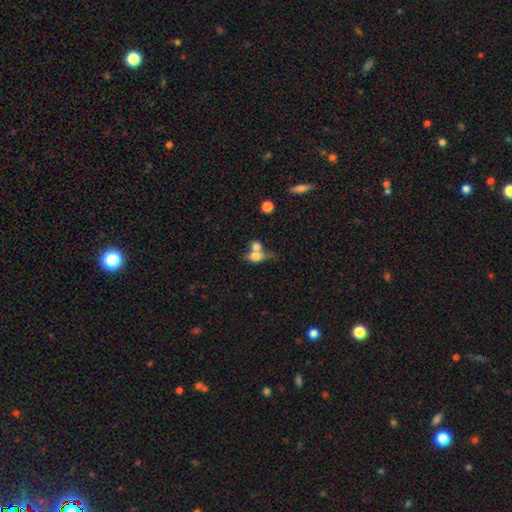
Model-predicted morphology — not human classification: Smooth or featured? smooth (65%)
How rounded? in between (60%)
Merging? merger (57%)